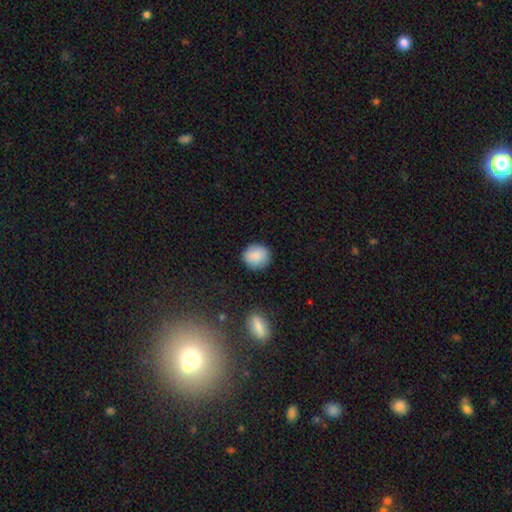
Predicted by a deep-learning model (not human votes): The model was most divided on "how rounded": round: 85%, in between: 14%, cigar-shaped: 1%. More confident: merging — none (87%); smooth or featured — smooth (87%).